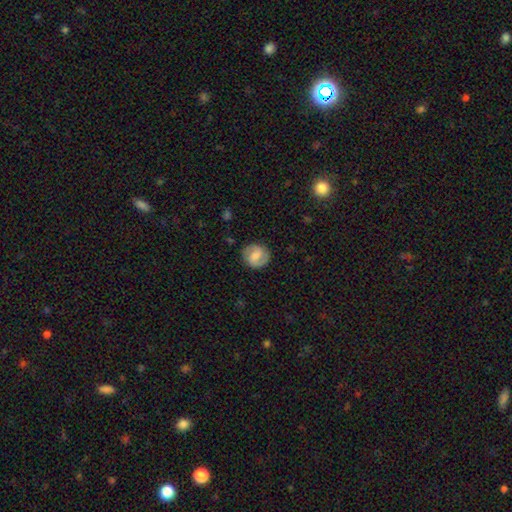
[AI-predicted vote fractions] smooth-or-featured: featured or disk: 61% | smooth: 32% | star or artifact: 7%
  disk-edge-on: no: 98% | yes: 2%
    bar: weak: 54% | no: 25% | strong: 21%
    has-spiral-arms: yes: 91% | no: 9%
      spiral-winding: medium: 47% | tight: 35% | loose: 18%
      spiral-arm-count: 2: 85% | can't tell: 6% | 1: 6% | 3: 1% | 4: 1% | more than 4: 1%
    bulge-size: moderate: 38% | small: 35% | none: 18% | large: 7% | dominant: 2%
  merging: none: 83% | minor disturbance: 12% | major disturbance: 4% | merger: 1%